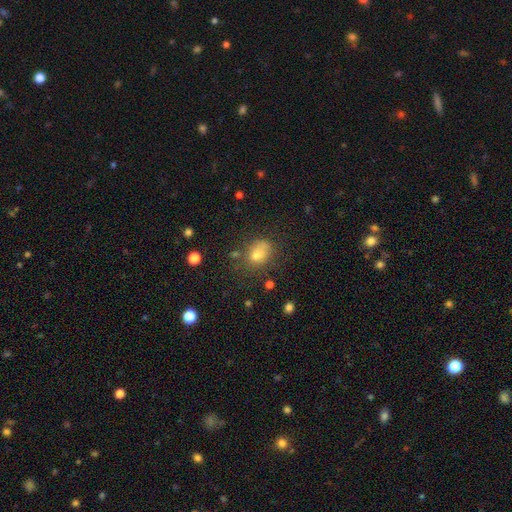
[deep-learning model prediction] A smooth galaxy with no disk features (71%) that is in between round and cigar-shaped (51%).

Vote fractions:
- Smooth or featured? smooth: 71% / star or artifact: 17% / featured or disk: 12%
- How rounded? in between: 51% / round: 48% / cigar-shaped: 1%
- Merging? none: 61% / minor disturbance: 22% / major disturbance: 10% / merger: 7%